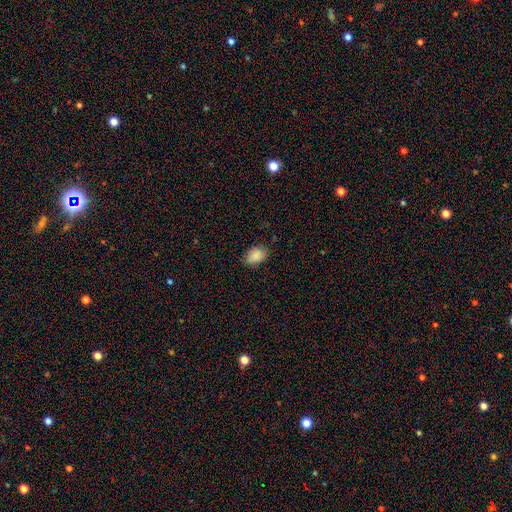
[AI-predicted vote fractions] This appears to be a smooth galaxy with no disk features (88%) that is in between round and cigar-shaped (81%). Merging: none (76%).